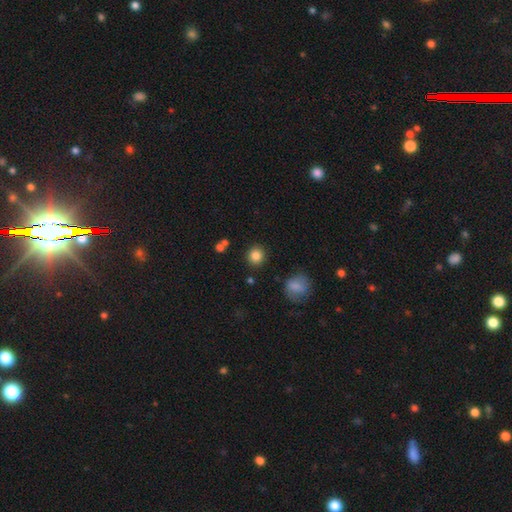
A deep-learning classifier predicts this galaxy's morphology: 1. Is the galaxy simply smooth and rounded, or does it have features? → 84% smooth, 11% star or artifact, 5% featured or disk.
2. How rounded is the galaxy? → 91% round, 8% in between, 1% cigar-shaped.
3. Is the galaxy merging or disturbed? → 87% none, 7% minor disturbance, 3% merger, 3% major disturbance.